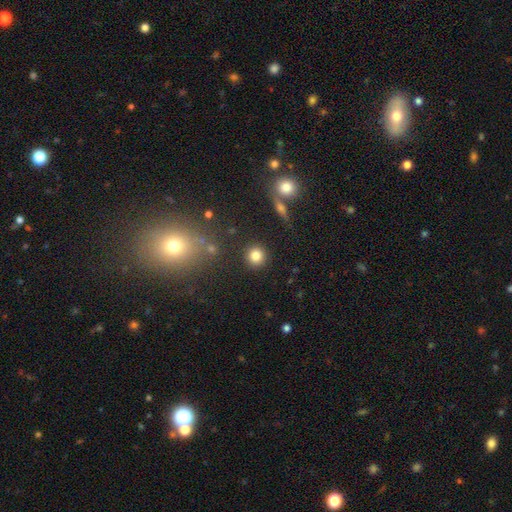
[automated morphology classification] type=smooth (83%); roundness=round (91%); merging=none (88%).